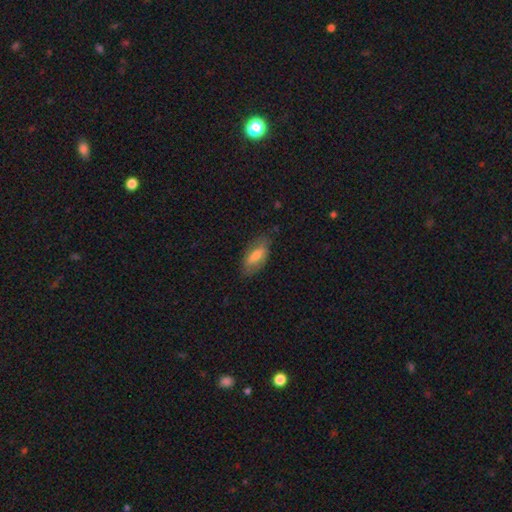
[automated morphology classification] A smooth galaxy with no disk features (60%) that is in between round and cigar-shaped (82%). Merging: none (74%).